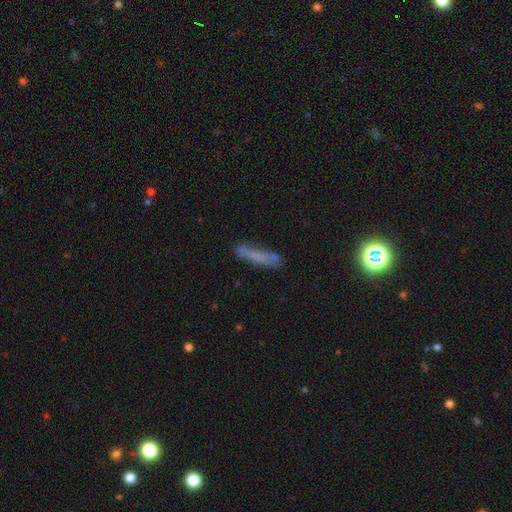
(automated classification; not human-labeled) The model was most divided on "smooth or featured": smooth: 60%, featured or disk: 30%, star or artifact: 10%. More confident: how rounded — cigar-shaped (86%); merging — none (66%).